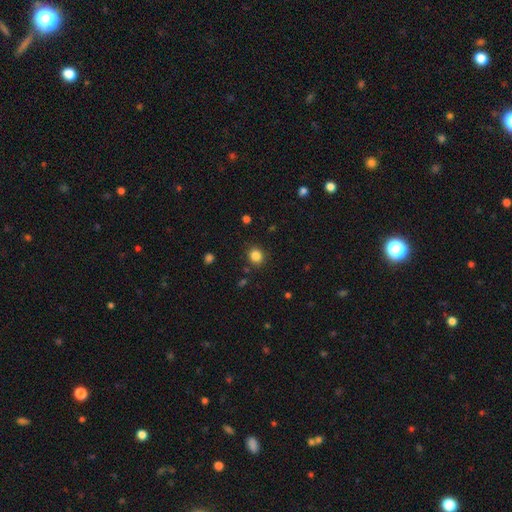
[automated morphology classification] A smooth galaxy with no disk features (84%) that is round (83%). Merging: none (88%).